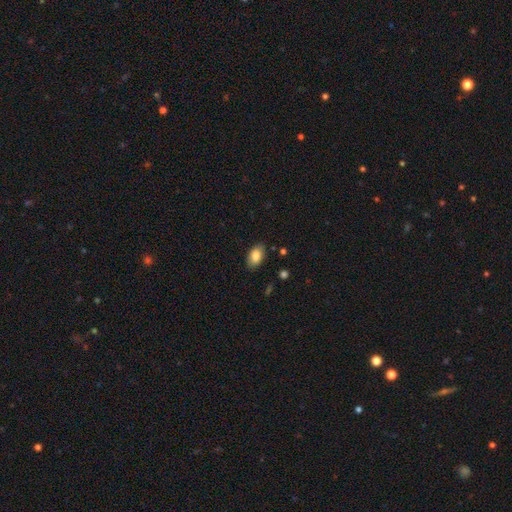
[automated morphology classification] Smooth or featured? Predicted: smooth (p=0.84). How rounded? Predicted: in between (p=0.92). Merging? Predicted: none (p=0.87).